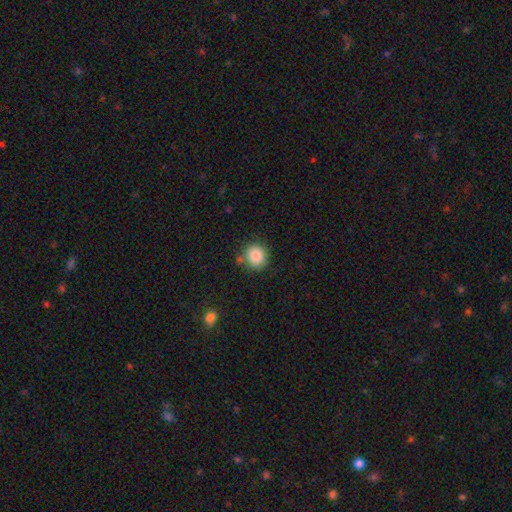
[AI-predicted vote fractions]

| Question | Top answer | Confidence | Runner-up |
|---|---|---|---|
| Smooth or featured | smooth | 86% | star or artifact (9%) |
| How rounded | round | 86% | in between (13%) |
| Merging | none | 81% | minor disturbance (11%) |